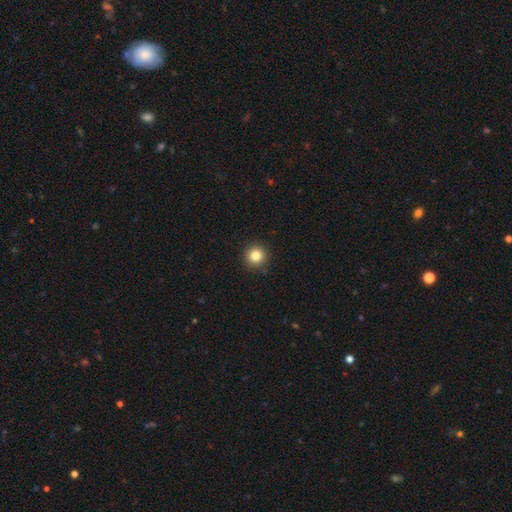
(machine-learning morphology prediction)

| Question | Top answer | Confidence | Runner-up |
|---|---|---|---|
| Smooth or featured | smooth | 83% | star or artifact (11%) |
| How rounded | round | 94% | in between (5%) |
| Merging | none | 91% | minor disturbance (6%) |